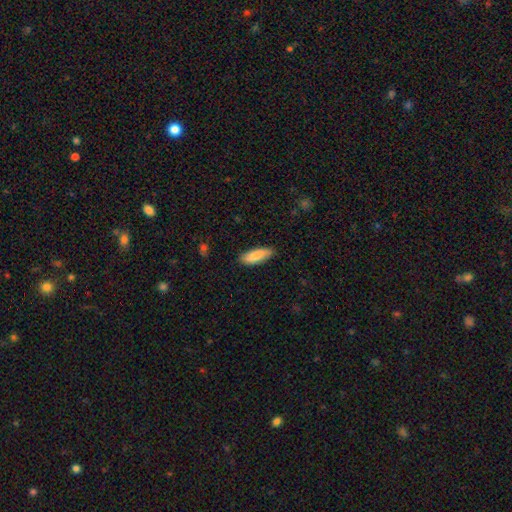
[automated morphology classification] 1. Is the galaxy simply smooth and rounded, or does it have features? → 87% smooth, 8% featured or disk, 6% star or artifact.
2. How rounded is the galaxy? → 64% in between, 35% cigar-shaped, 1% round.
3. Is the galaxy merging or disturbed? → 80% none, 16% minor disturbance, 2% major disturbance, 1% merger.